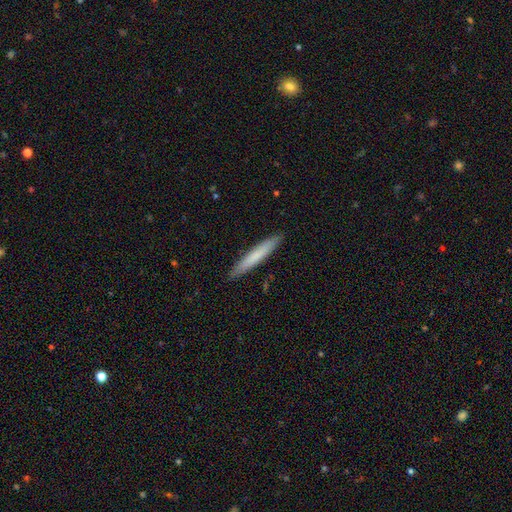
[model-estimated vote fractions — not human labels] Smooth or featured? smooth (72%)
How rounded? cigar-shaped (95%)
Merging? none (91%)